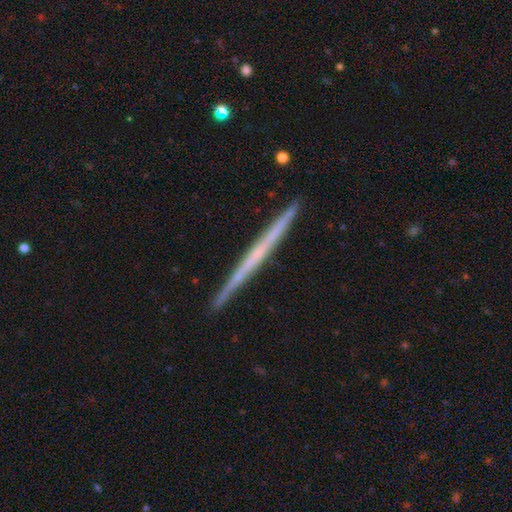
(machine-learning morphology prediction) smooth-or-featured: featured or disk: 62% | smooth: 32% | star or artifact: 6%
  disk-edge-on: yes: 98% | no: 2%
    edge-on-bulge: none: 89% | rounded: 8% | boxy: 3%
  merging: none: 92% | minor disturbance: 6% | major disturbance: 1% | merger: 1%